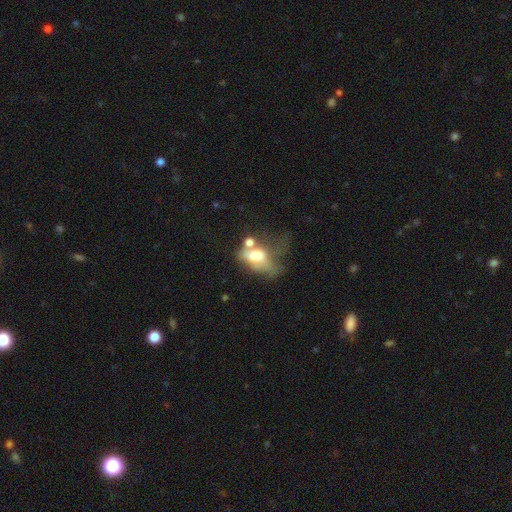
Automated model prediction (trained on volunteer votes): smooth-or-featured: smooth: 55% | featured or disk: 33% | star or artifact: 12%
  how-rounded: in between: 78% | round: 18% | cigar-shaped: 4%
  merging: merger: 38% | major disturbance: 37% | minor disturbance: 13% | none: 12%